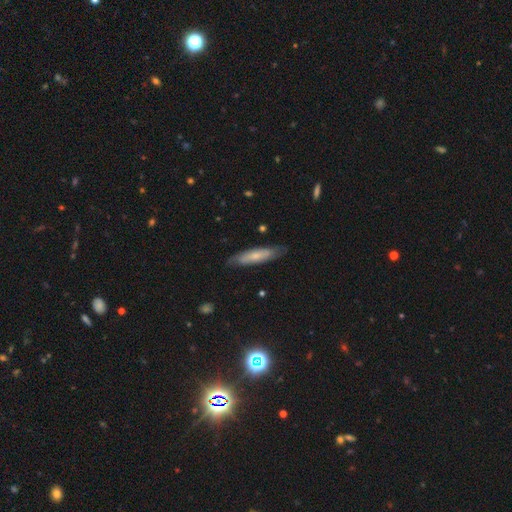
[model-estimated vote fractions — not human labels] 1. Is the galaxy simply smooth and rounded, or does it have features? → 53% smooth, 40% featured or disk, 6% star or artifact.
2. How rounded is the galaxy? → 75% cigar-shaped, 24% in between, 2% round.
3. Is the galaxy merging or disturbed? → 79% none, 16% minor disturbance, 3% major disturbance, 1% merger.